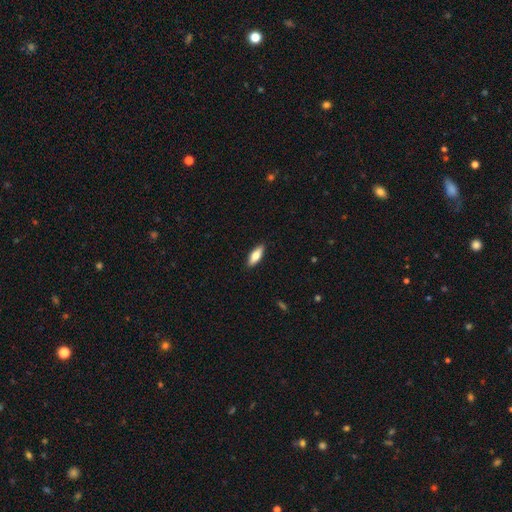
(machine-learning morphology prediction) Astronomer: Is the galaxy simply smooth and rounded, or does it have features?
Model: smooth — 72%.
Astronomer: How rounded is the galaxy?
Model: in between — 68%.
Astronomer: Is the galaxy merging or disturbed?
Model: none — 90%.